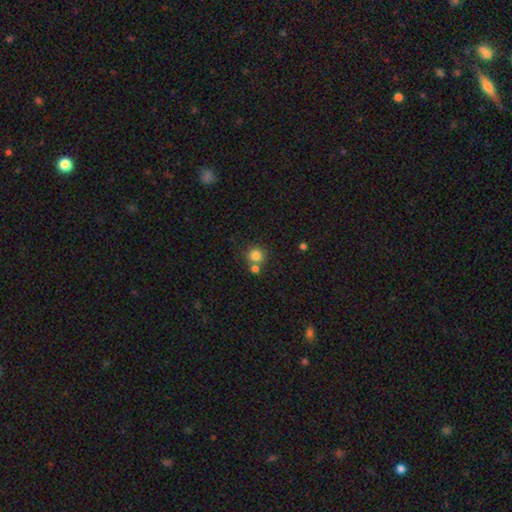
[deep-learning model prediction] Smooth or featured? Predicted: smooth (p=0.82). How rounded? Predicted: round (p=0.92). Merging? Predicted: none (p=0.64).